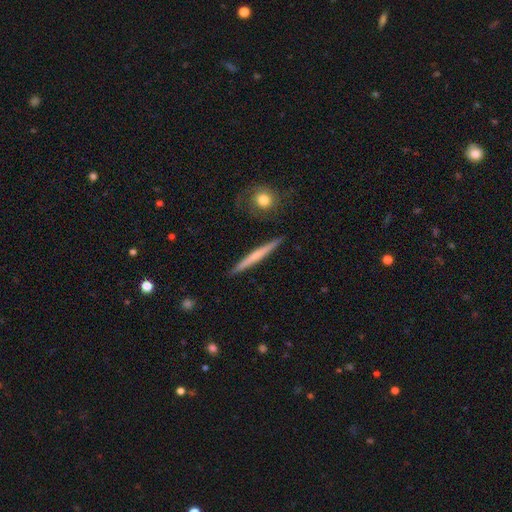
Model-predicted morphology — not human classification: The model was most divided on "smooth or featured": featured or disk: 49%, smooth: 45%, star or artifact: 5%. More confident: merging — none (90%).